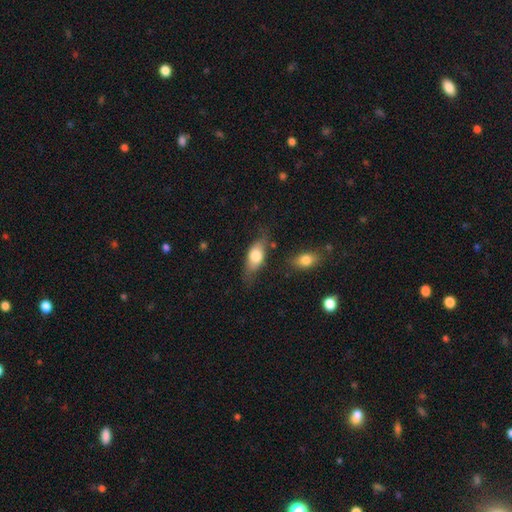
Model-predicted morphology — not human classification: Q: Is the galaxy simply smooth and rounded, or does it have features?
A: smooth — 67%.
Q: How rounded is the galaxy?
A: in between — 81%.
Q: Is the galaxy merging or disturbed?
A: none — 66%.